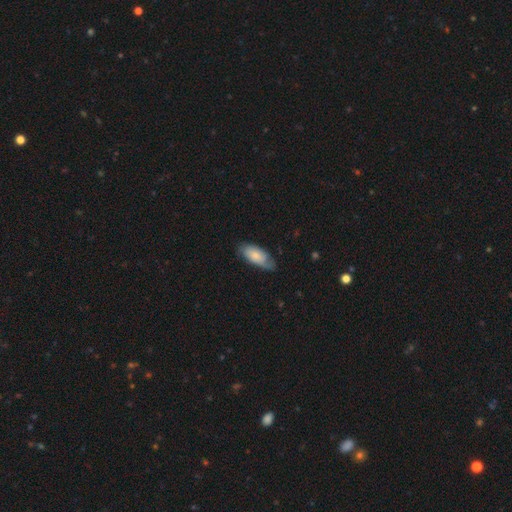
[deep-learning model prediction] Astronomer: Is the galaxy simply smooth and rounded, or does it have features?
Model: smooth — 59% (runner-up: featured or disk, 35%).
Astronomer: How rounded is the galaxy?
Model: in between — 86%.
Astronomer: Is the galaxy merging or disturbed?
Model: none — 65%.